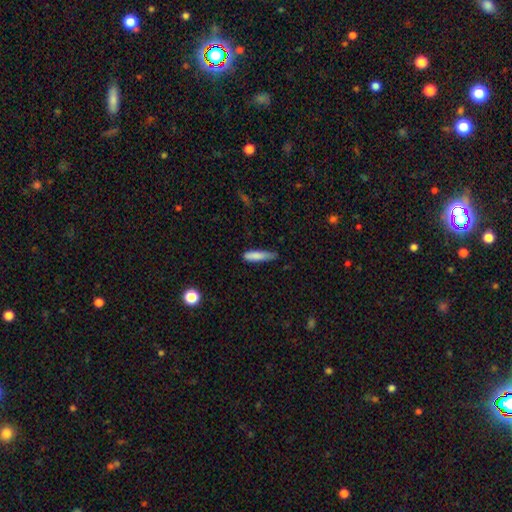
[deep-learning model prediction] A smooth galaxy with no disk features (83%) that is cigar-shaped (79%). Merging: none (57%).